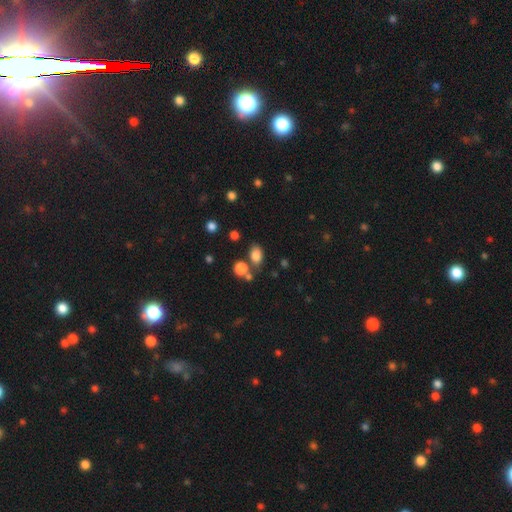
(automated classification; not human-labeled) This is clearly a smooth galaxy (81%). How rounded: likely in between (78%). Merging: likely none (67%).